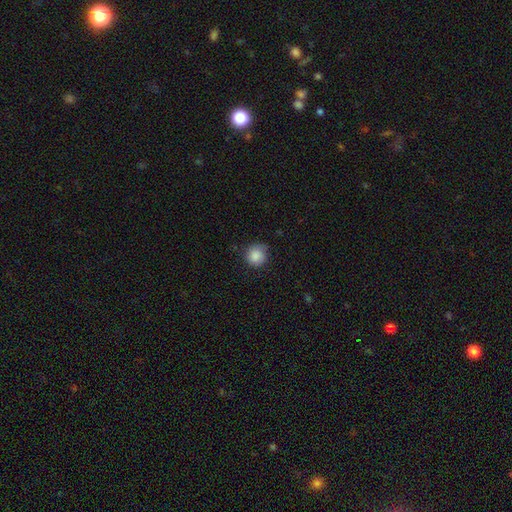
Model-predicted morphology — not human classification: smooth_or_featured: smooth (p=0.87) [alt: star or artifact p=0.09]
how_rounded: round (p=0.90) [alt: in between p=0.09]
merging: none (p=0.71) [alt: minor disturbance p=0.23]